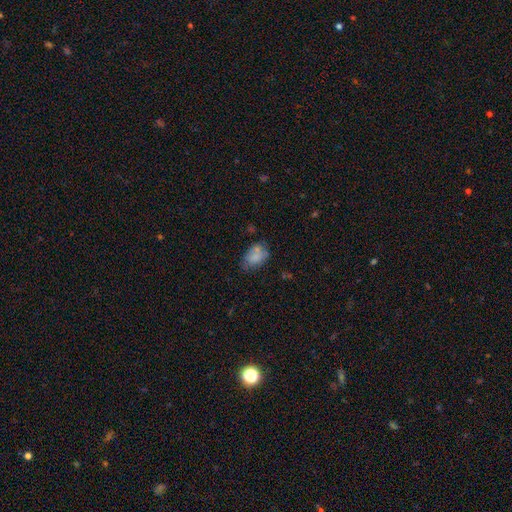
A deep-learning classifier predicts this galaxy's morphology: type=smooth (75%); roundness=in between (86%); merging=none (52%).